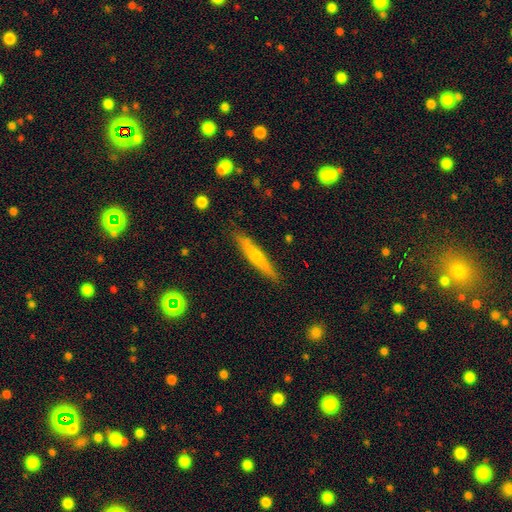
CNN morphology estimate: smooth_or_featured: smooth (p=0.51) [alt: featured or disk p=0.43]
how_rounded: cigar-shaped (p=0.94) [alt: in between p=0.05]
merging: none (p=0.88) [alt: minor disturbance p=0.09]